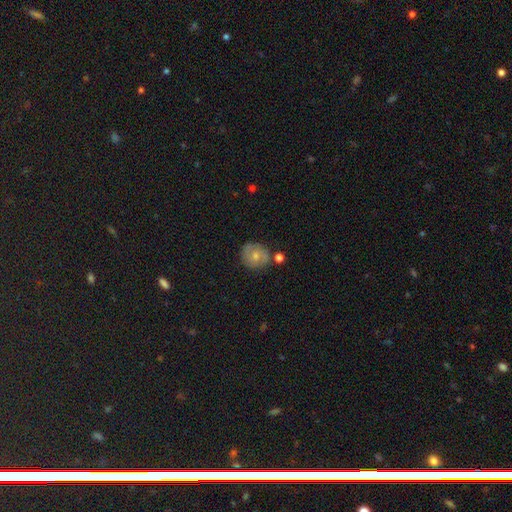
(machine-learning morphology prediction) type=smooth (52%); roundness=round (81%); merging=none (70%).